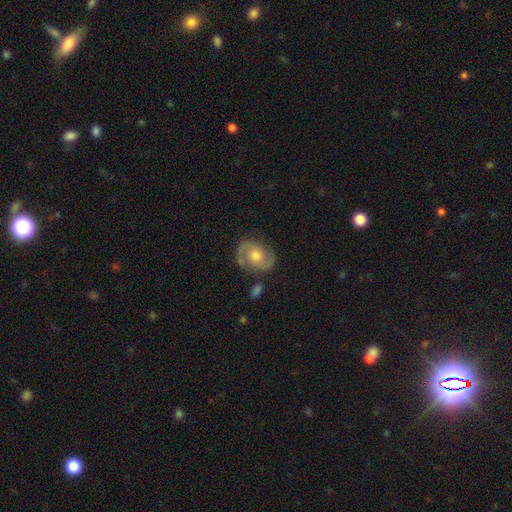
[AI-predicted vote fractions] Smooth or featured: featured or disk — 82% (smooth — 12%)
Edge-on disk: no — 98% (yes — 2%)
Bar: no — 65% (weak — 29%)
Spiral arms: yes — 93% (no — 7%)
Spiral winding: medium — 54% (tight — 29%)
Spiral arm count: 2 — 91% (can't tell — 4%)
Bulge size: moderate — 73% (small — 15%)
Merging: none — 80% (minor disturbance — 13%)